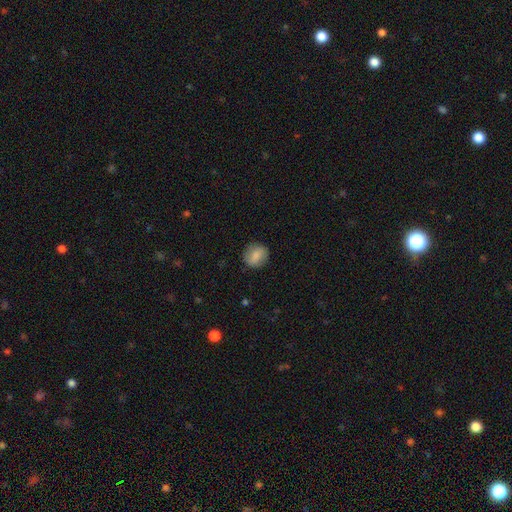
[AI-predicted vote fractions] A smooth galaxy with no disk features (81%) that is round (81%).

Vote fractions:
- Smooth or featured? smooth: 81% / featured or disk: 12% / star or artifact: 8%
- How rounded? round: 81% / in between: 17% / cigar-shaped: 1%
- Merging? none: 87% / minor disturbance: 9% / major disturbance: 3% / merger: 1%